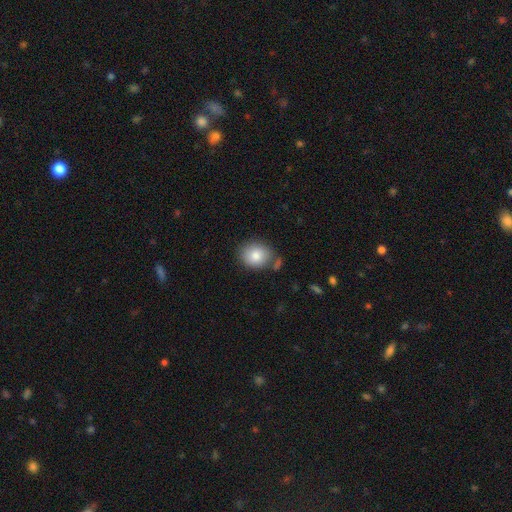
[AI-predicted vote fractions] Smooth or featured? Predicted: smooth (p=0.83). How rounded? Predicted: round (p=0.64). Merging? Predicted: none (p=0.73).